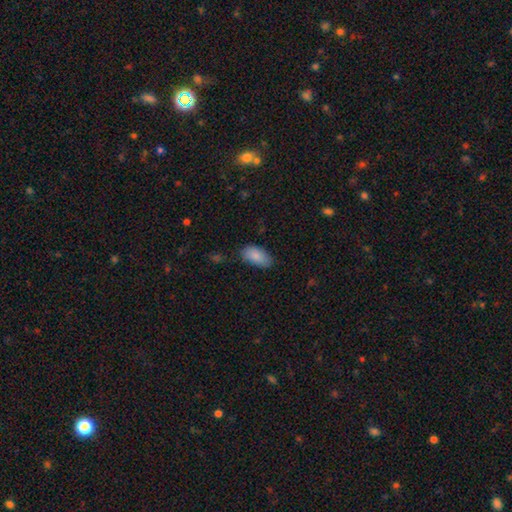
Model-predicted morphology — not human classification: This is clearly a smooth galaxy (87%). How rounded: clearly in between (94%). Merging: likely none (71%).